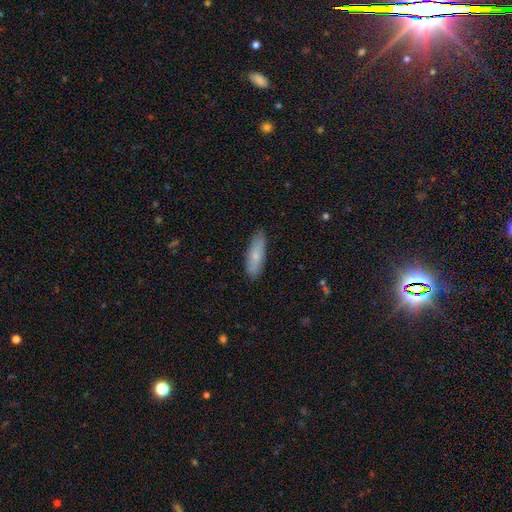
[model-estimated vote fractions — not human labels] Overall: smooth (73%). How rounded: cigar-shaped (52%; in between 46%). Merging: none (82%).